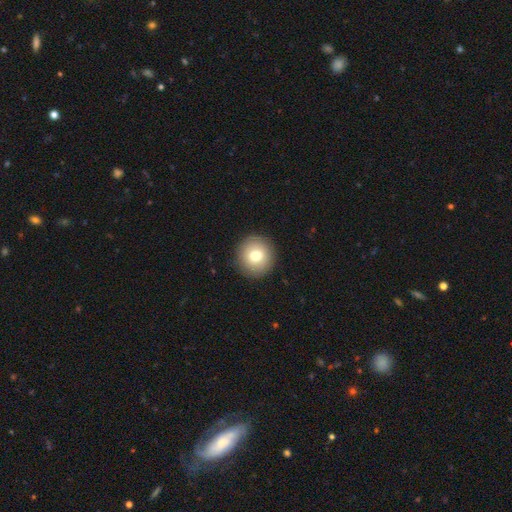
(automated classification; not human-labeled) This appears to be a smooth galaxy with no disk features (77%) that is round (93%). Merging: none (92%).